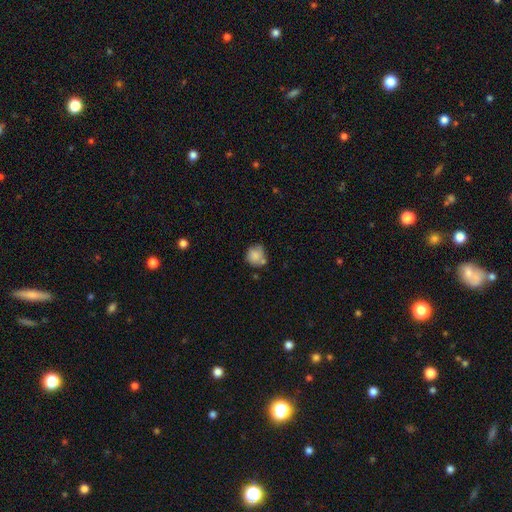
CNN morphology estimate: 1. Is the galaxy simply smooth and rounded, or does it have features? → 80% smooth, 11% featured or disk, 9% star or artifact.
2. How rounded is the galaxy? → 84% round, 16% in between, 1% cigar-shaped.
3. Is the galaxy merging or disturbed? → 54% none, 26% minor disturbance, 13% merger, 8% major disturbance.